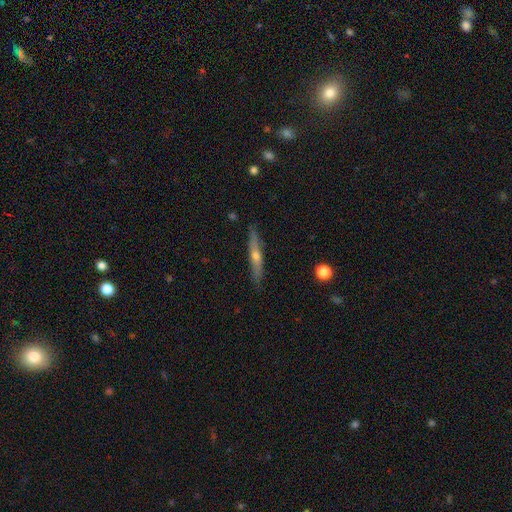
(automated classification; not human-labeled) This appears to be a featured or disk galaxy (64%) viewed edge-on (94%) with a rounded central bulge (83%). Merging: none (88%).